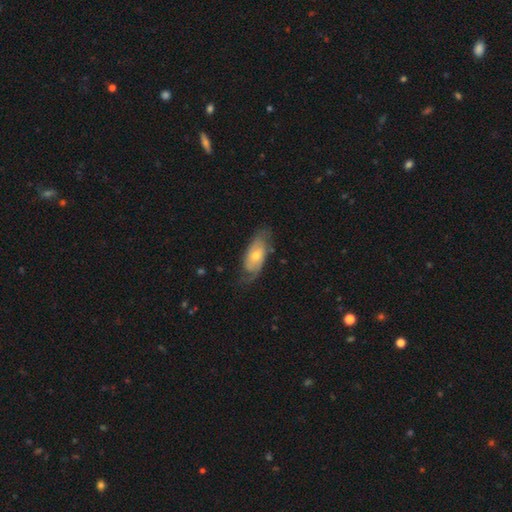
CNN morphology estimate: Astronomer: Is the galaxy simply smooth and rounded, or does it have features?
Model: featured or disk — 65%.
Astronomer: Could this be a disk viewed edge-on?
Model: no — 88%.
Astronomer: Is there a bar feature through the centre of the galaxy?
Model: no — 70%.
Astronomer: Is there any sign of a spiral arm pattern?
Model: yes — 83%.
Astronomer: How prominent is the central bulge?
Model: moderate — 55% (runner-up: small, 40%).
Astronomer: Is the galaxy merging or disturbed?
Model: none — 66%.